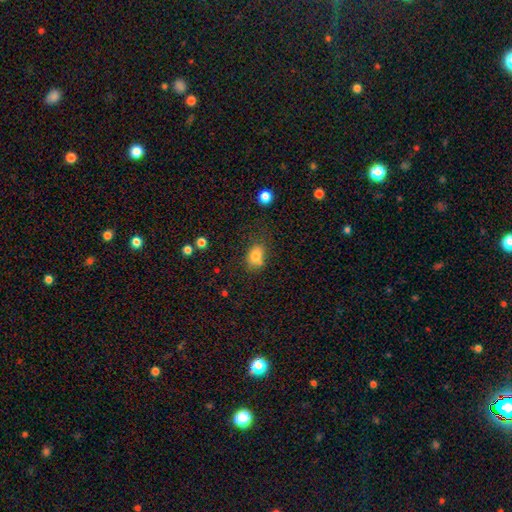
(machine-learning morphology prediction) This appears to be a smooth galaxy with no disk features (80%) that is in between round and cigar-shaped (68%). Merging: none (64%).